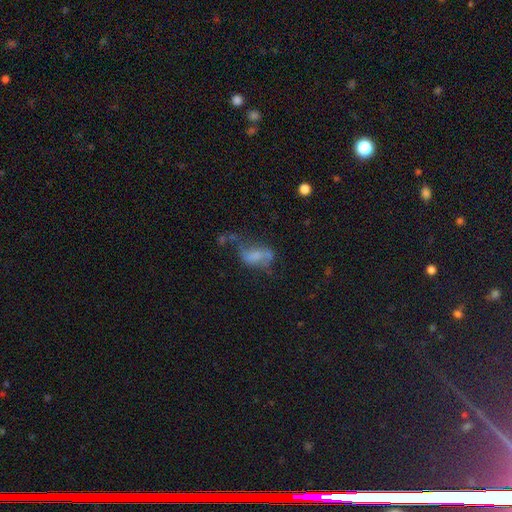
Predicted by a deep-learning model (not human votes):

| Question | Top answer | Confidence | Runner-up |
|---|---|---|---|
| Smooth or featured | smooth | 46% | featured or disk (40%) |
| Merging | major disturbance | 35% | none (27%) |